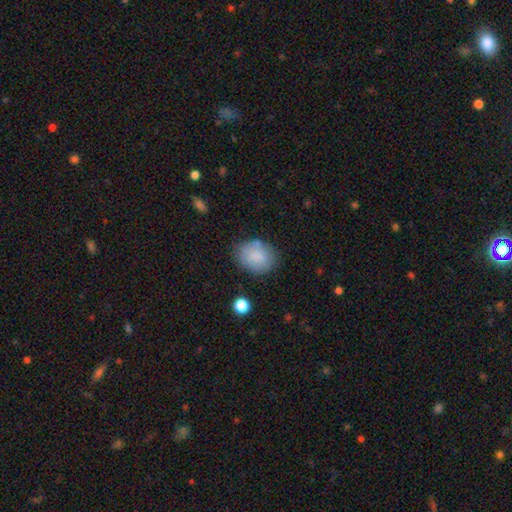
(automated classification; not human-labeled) A smooth galaxy with no disk features (85%) that is in between round and cigar-shaped (60%).

Vote fractions:
- Smooth or featured? smooth: 85% / featured or disk: 8% / star or artifact: 7%
- How rounded? in between: 60% / round: 39% / cigar-shaped: 1%
- Merging? none: 76% / minor disturbance: 17% / major disturbance: 5% / merger: 3%